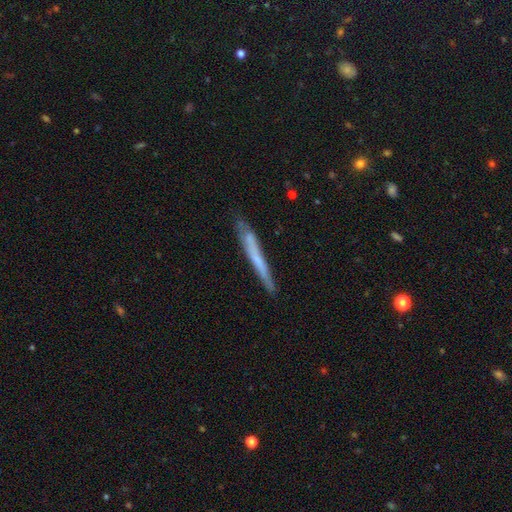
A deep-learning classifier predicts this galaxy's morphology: Q: Smooth or featured?
A: smooth (50%); runner-up: featured or disk (43%)
Q: Merging?
A: none (79%); runner-up: minor disturbance (16%)